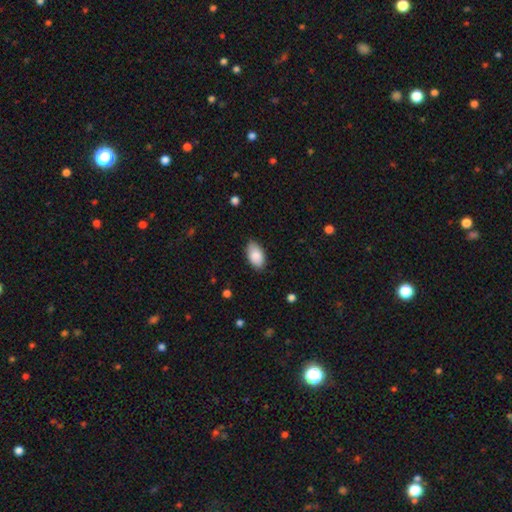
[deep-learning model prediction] smooth-or-featured: smooth: 87% | featured or disk: 6% | star or artifact: 6%
  how-rounded: in between: 95% | round: 4% | cigar-shaped: 2%
  merging: none: 82% | minor disturbance: 15% | major disturbance: 3% | merger: 1%